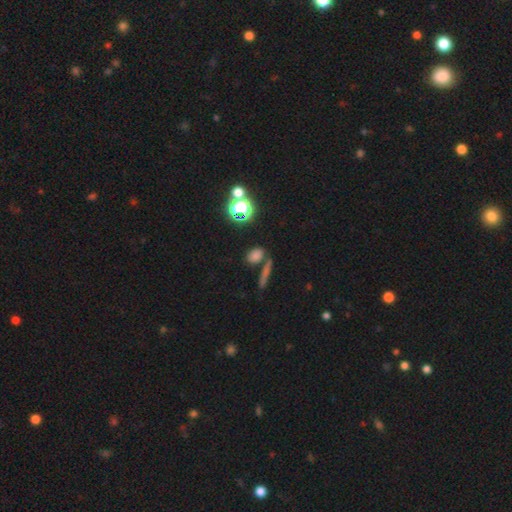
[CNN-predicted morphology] The model was most divided on "how rounded": in between: 55%, round: 33%, cigar-shaped: 12%. More confident: smooth or featured — smooth (70%); merging — none (68%).